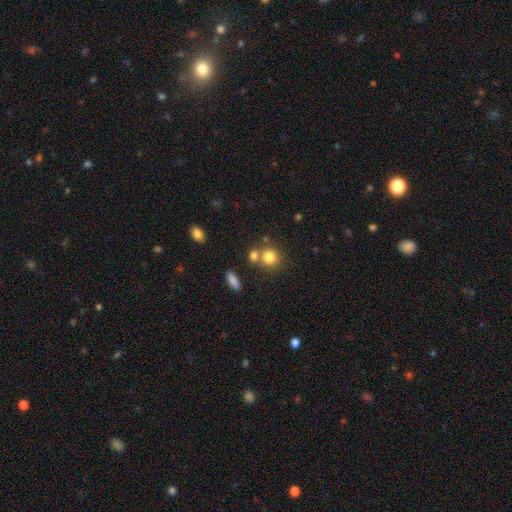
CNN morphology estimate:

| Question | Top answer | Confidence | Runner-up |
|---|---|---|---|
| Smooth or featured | smooth | 72% | star or artifact (18%) |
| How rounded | round | 85% | in between (13%) |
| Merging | none | 67% | merger (22%) |